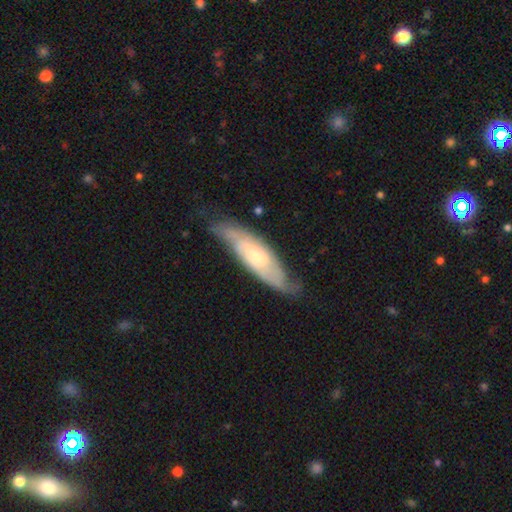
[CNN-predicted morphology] This is likely a featured or disk galaxy (69%). It is likely not viewed edge-on (76%). Bar: likely no (69%). Spiral arm pattern: clearly yes (86%). Central bulge: possibly small (56%). Merging: likely none (69%).